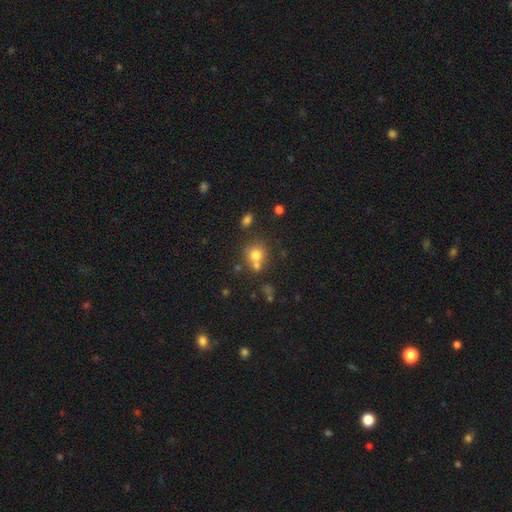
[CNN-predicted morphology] smooth_or_featured: smooth (p=0.73) [alt: star or artifact p=0.14]
how_rounded: round (p=0.80) [alt: in between p=0.19]
merging: none (p=0.51) [alt: merger p=0.33]